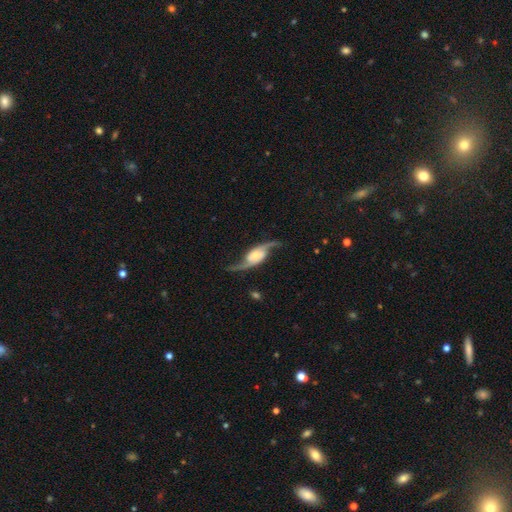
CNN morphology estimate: Smooth or featured?
  - featured or disk: 88% *
  - smooth: 7%
  - star or artifact: 5%
Edge-on disk?
  - no: 92% *
  - yes: 8%
Bar?
  - no: 53% *
  - weak: 31%
  - strong: 16%
Spiral arms?
  - yes: 97% *
  - no: 3%
Spiral winding?
  - loose: 79% *
  - medium: 17%
  - tight: 4%
Spiral arm count?
  - 2: 94% *
  - 1: 2%
  - can't tell: 2%
  - 3: 1%
  - 4: 1%
  - more than 4: 1%
Bulge size?
  - small: 35% *
  - moderate: 33%
  - large: 17%
  - none: 9%
  - dominant: 5%
Merging?
  - none: 76% *
  - minor disturbance: 14%
  - major disturbance: 8%
  - merger: 2%